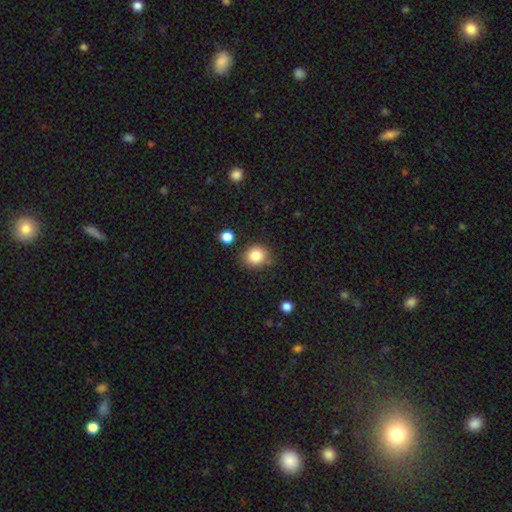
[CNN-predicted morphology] This appears to be a smooth galaxy with no disk features (84%) that is round (79%). Merging: none (80%).